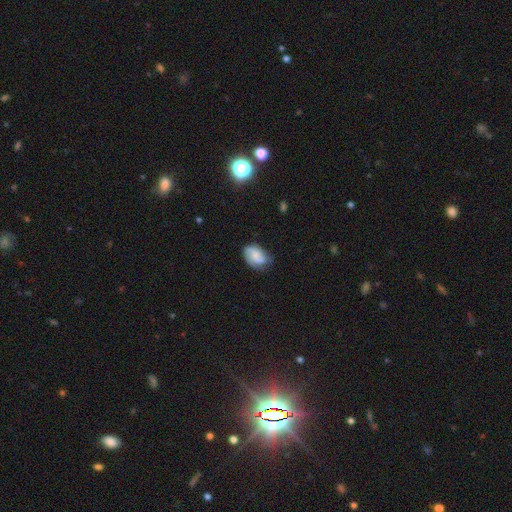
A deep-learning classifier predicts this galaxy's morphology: smooth_or_featured: featured or disk (p=0.51) [alt: smooth p=0.41]
disk_edge_on: no (p=0.97) [alt: yes p=0.03]
merging: none (p=0.58) [alt: minor disturbance p=0.28]